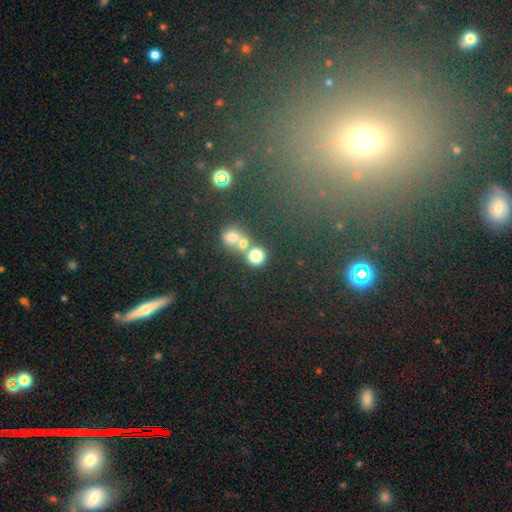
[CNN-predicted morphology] A smooth galaxy with no disk features (75%) that is round (87%).

Vote fractions:
- Smooth or featured? smooth: 75% / star or artifact: 16% / featured or disk: 10%
- How rounded? round: 87% / in between: 12% / cigar-shaped: 1%
- Merging? none: 47% / merger: 43% / minor disturbance: 7% / major disturbance: 4%